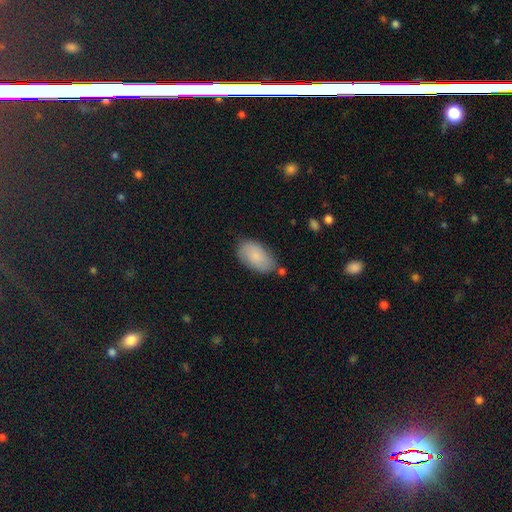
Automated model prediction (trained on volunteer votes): Q: Smooth or featured?
A: smooth (82%); runner-up: featured or disk (12%)
Q: How rounded?
A: in between (94%); runner-up: round (4%)
Q: Merging?
A: none (73%); runner-up: minor disturbance (19%)